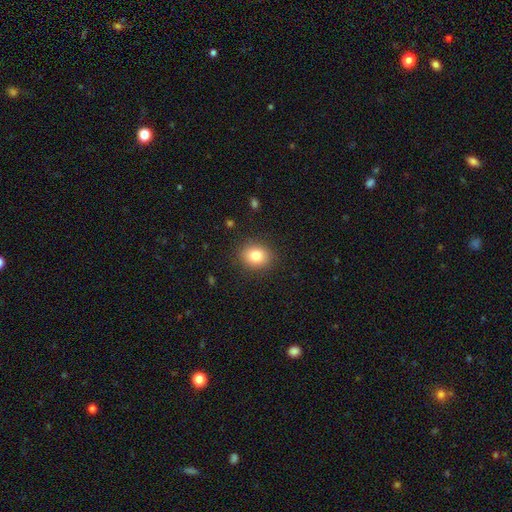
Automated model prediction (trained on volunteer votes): smooth 82%, star or artifact 10%, featured or disk 8%. Down the decision tree: how rounded — round (56%); merging — none (87%).